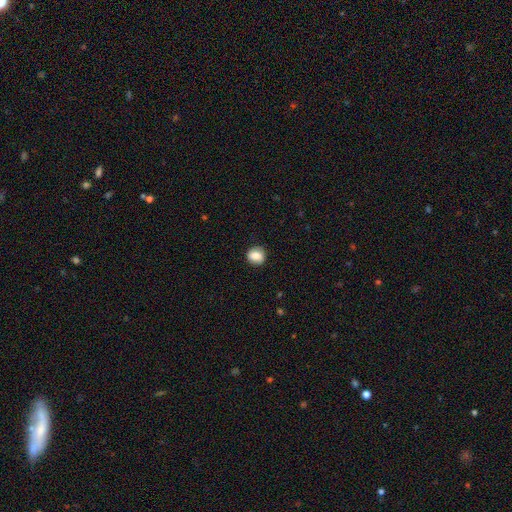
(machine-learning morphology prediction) A smooth galaxy with no disk features (83%) that is round (69%).

Vote fractions:
- Smooth or featured? smooth: 83% / star or artifact: 8% / featured or disk: 8%
- How rounded? round: 69% / in between: 30% / cigar-shaped: 1%
- Merging? none: 83% / minor disturbance: 12% / major disturbance: 3% / merger: 1%